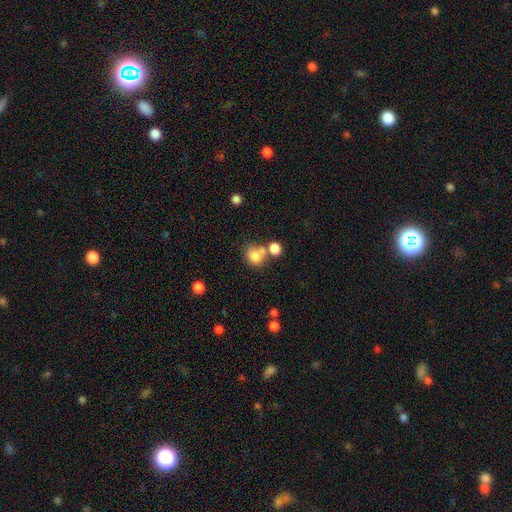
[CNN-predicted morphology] This is likely a smooth galaxy (79%). How rounded: likely round (69%). Merging: possibly none (45%).